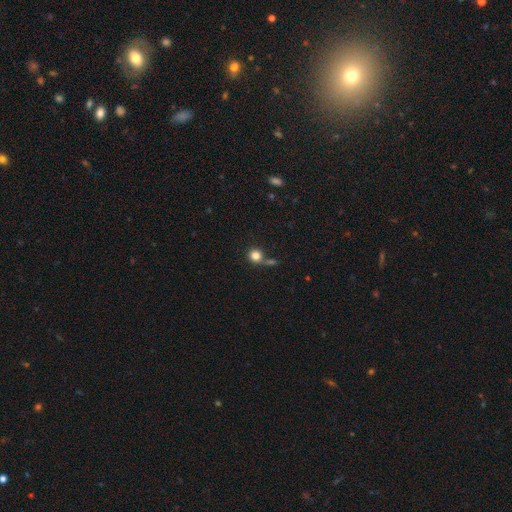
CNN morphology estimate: type=smooth (83%); roundness=round (90%); merging=none (65%).